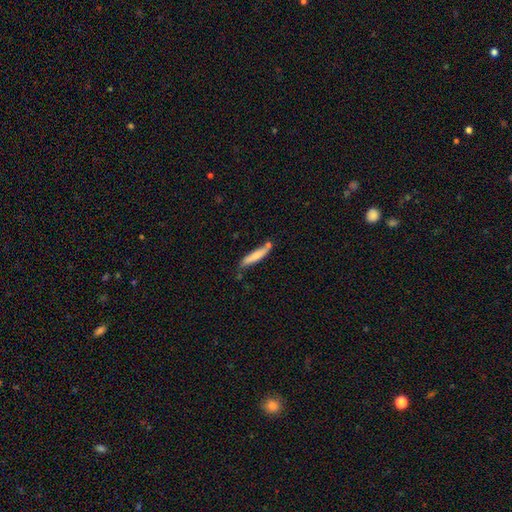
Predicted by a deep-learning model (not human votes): This appears to be a smooth galaxy with no disk features (68%) that is cigar-shaped (88%). Merging: none (66%).